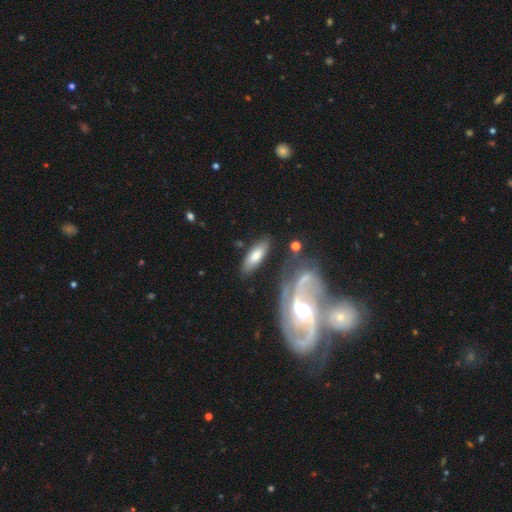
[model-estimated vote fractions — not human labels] Q: Smooth or featured?
A: smooth (67%); runner-up: featured or disk (26%)
Q: How rounded?
A: in between (70%); runner-up: cigar-shaped (27%)
Q: Merging?
A: none (72%); runner-up: minor disturbance (15%)